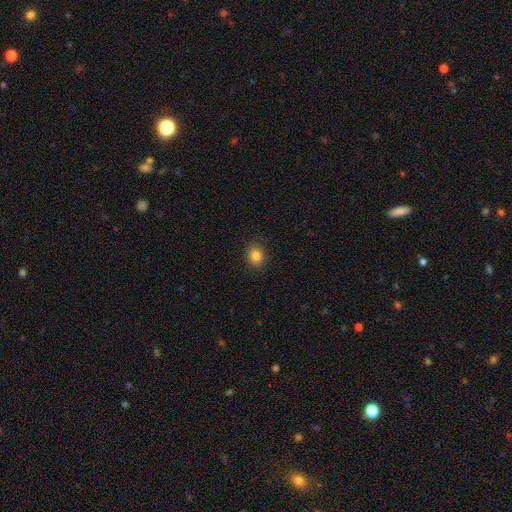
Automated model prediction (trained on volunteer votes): Q: Smooth or featured?
A: smooth (82%); runner-up: star or artifact (11%)
Q: How rounded?
A: round (61%); runner-up: in between (38%)
Q: Merging?
A: none (88%); runner-up: minor disturbance (9%)